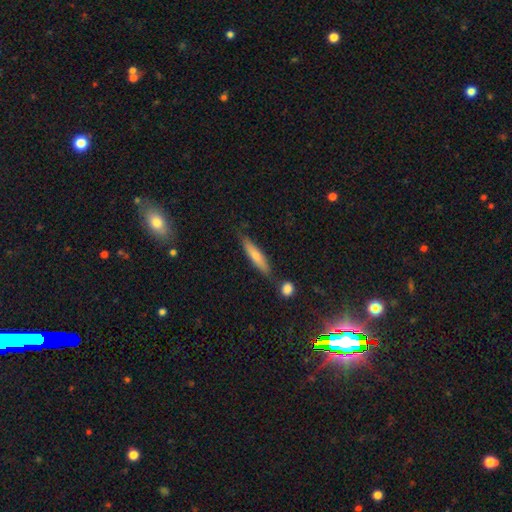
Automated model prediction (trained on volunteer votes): This appears to be a smooth galaxy with no disk features (64%) that is cigar-shaped (84%). Merging: none (73%).